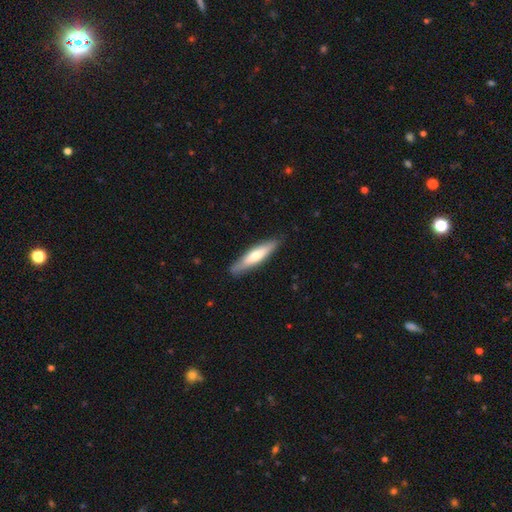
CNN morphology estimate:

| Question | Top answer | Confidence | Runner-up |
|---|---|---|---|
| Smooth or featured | smooth | 57% | featured or disk (38%) |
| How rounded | cigar-shaped | 81% | in between (17%) |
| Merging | none | 86% | minor disturbance (11%) |